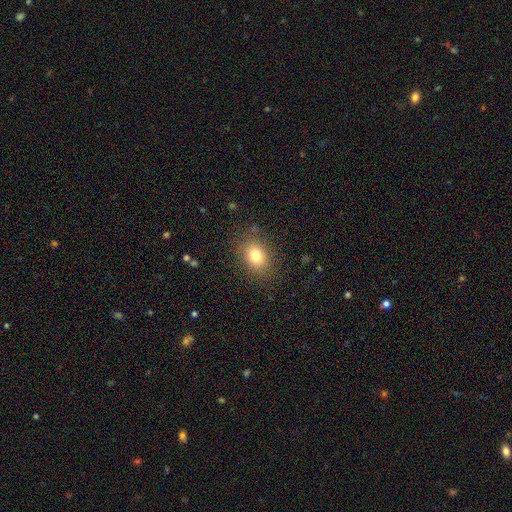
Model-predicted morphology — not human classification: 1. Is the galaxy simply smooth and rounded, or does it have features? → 79% smooth, 11% star or artifact, 10% featured or disk.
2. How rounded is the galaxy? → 62% in between, 37% round, 1% cigar-shaped.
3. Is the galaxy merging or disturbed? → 84% none, 11% minor disturbance, 4% major disturbance, 1% merger.